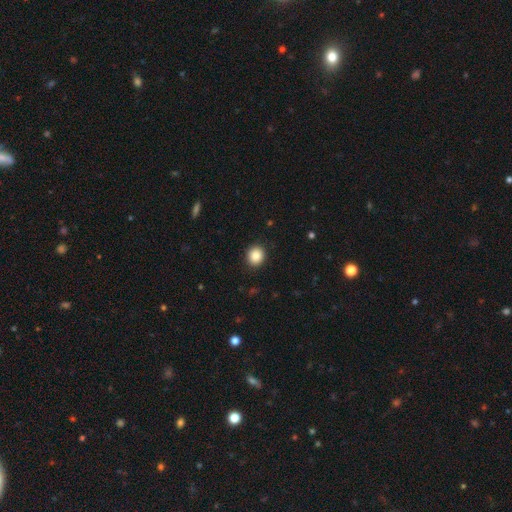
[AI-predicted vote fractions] The model was most divided on "how rounded": round: 83%, in between: 16%, cigar-shaped: 1%. More confident: merging — none (91%); smooth or featured — smooth (87%).